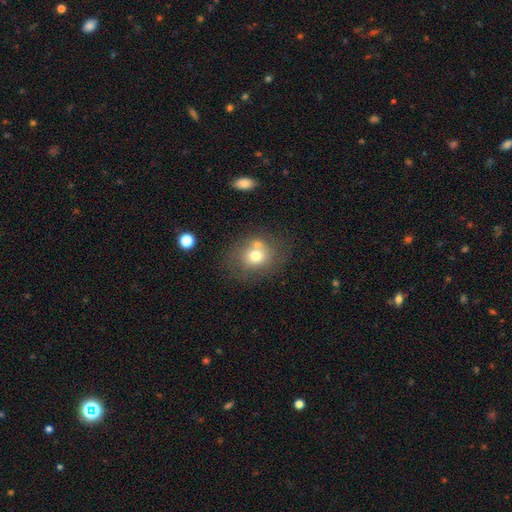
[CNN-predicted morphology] Smooth or featured? Predicted: smooth (p=0.69). How rounded? Predicted: round (p=0.66). Merging? Predicted: none (p=0.52).